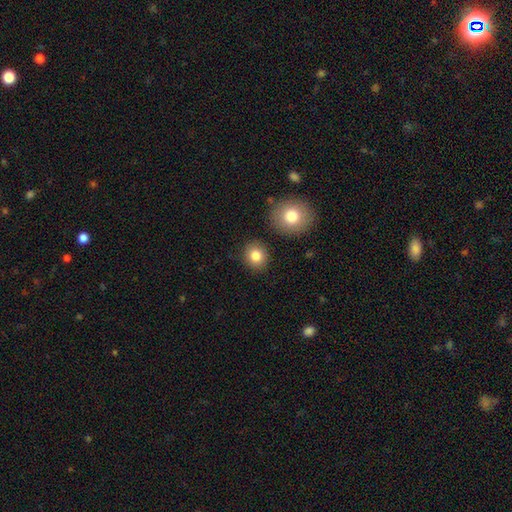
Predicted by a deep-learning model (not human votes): Smooth or featured? Predicted: smooth (p=0.83). How rounded? Predicted: round (p=0.81). Merging? Predicted: none (p=0.86).